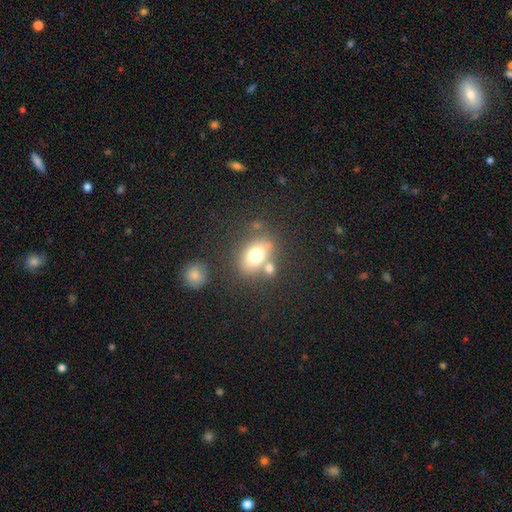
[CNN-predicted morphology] A smooth galaxy with no disk features (70%) that is in between round and cigar-shaped (67%). Merging: none (60%).